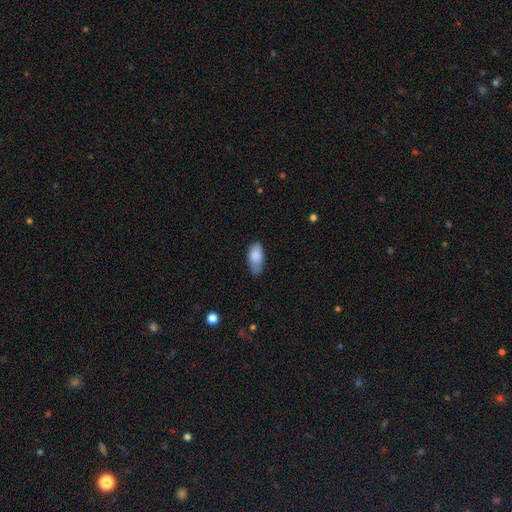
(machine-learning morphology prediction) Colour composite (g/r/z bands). It shows a smooth galaxy with no disk features (84%) that is in between round and cigar-shaped (89%). Merging: none (64%).